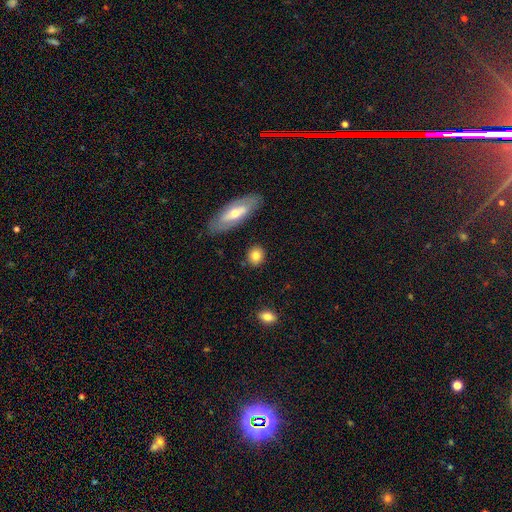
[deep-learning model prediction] A smooth galaxy with no disk features (79%) that is round (72%).

Vote fractions:
- Smooth or featured? smooth: 79% / featured or disk: 12% / star or artifact: 8%
- How rounded? round: 72% / in between: 24% / cigar-shaped: 4%
- Merging? none: 85% / minor disturbance: 9% / merger: 3% / major disturbance: 3%